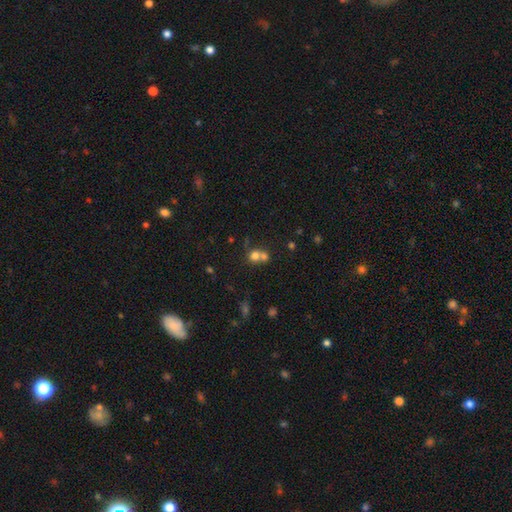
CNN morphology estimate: smooth 72%, featured or disk 15%, star or artifact 13%. Down the decision tree: how rounded — round (79%); merging — merger (59%).